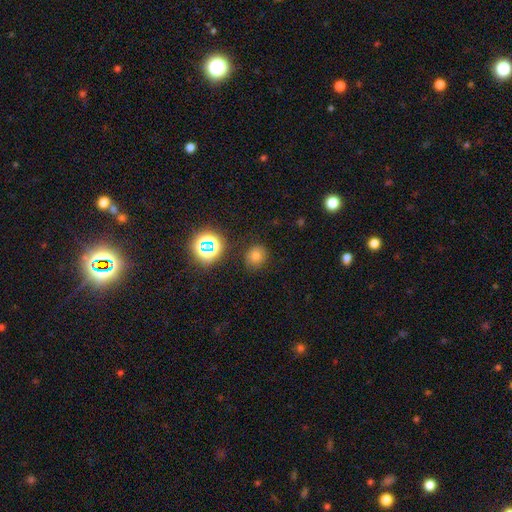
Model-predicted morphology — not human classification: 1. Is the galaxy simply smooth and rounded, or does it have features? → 70% smooth, 22% star or artifact, 8% featured or disk.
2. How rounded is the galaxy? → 78% round, 21% in between, 1% cigar-shaped.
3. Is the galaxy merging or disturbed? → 85% none, 10% minor disturbance, 3% major disturbance, 2% merger.